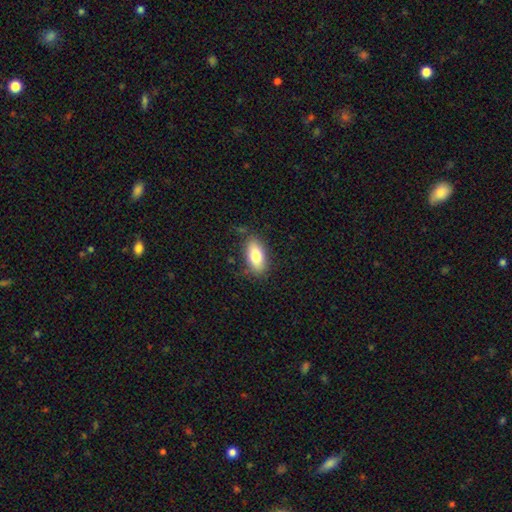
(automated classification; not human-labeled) Q: Smooth or featured?
A: smooth (78%); runner-up: featured or disk (15%)
Q: How rounded?
A: in between (88%); runner-up: cigar-shaped (8%)
Q: Merging?
A: none (80%); runner-up: minor disturbance (15%)